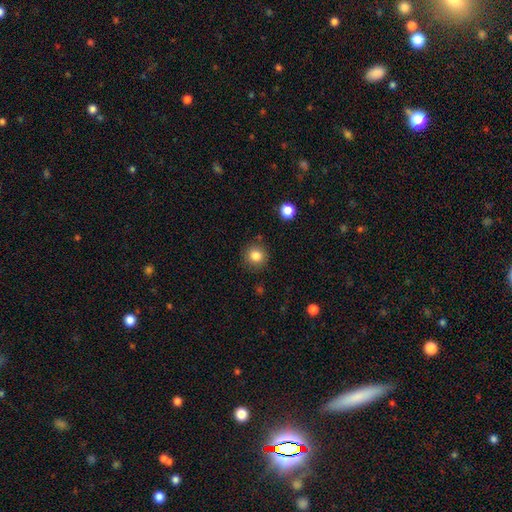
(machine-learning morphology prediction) This appears to be a smooth galaxy with no disk features (84%) that is round (93%). Merging: none (88%).